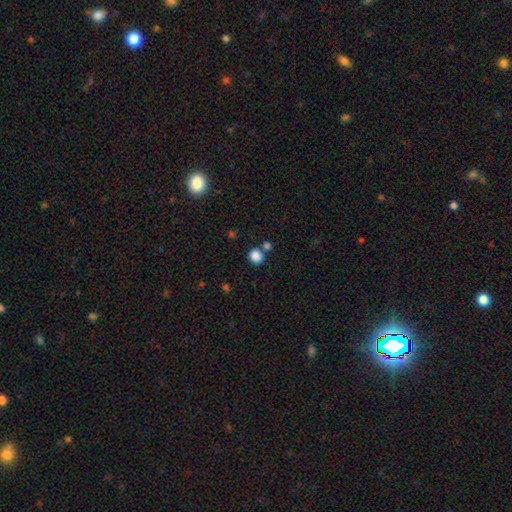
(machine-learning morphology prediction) Smooth or featured: smooth — 85% (star or artifact — 11%)
How rounded: round — 87% (in between — 12%)
Merging: none — 70% (merger — 17%)